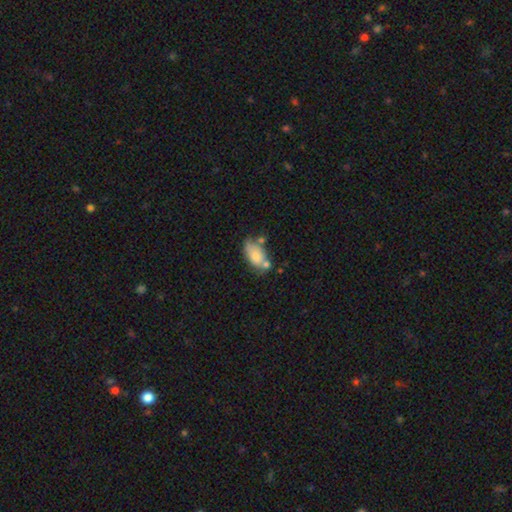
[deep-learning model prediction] Morphology: type=smooth (76%); roundness=in between (91%); merging=none (45%).